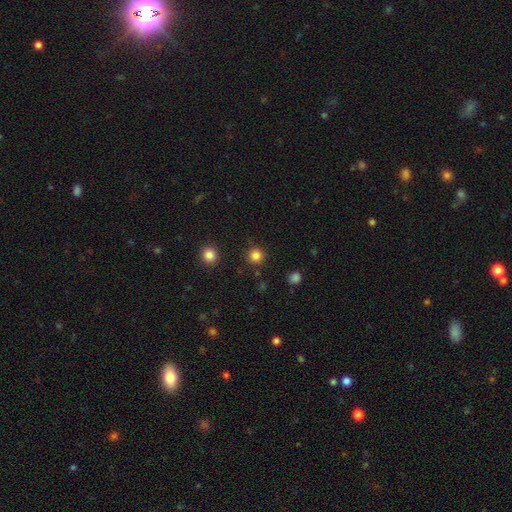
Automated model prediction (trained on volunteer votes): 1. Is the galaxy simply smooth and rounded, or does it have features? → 83% smooth, 13% star or artifact, 4% featured or disk.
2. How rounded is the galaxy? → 94% round, 5% in between, 1% cigar-shaped.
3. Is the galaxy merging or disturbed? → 90% none, 6% minor disturbance, 2% major disturbance, 2% merger.